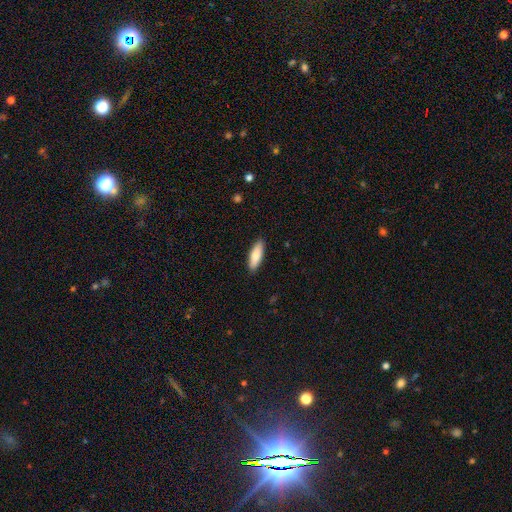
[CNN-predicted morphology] smooth-or-featured: smooth: 82% | featured or disk: 13% | star or artifact: 5%
  how-rounded: in between: 55% | cigar-shaped: 44% | round: 2%
  merging: none: 89% | minor disturbance: 8% | major disturbance: 2% | merger: 1%